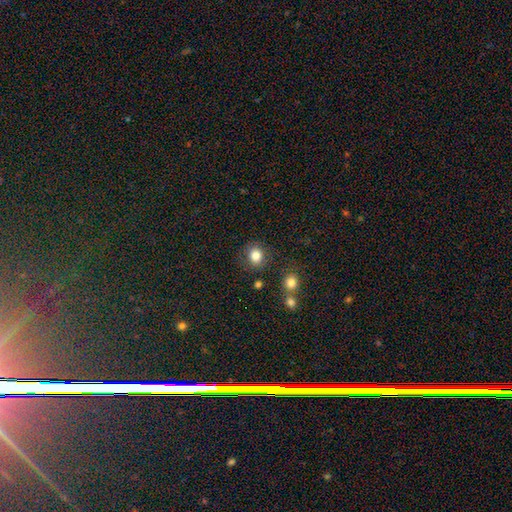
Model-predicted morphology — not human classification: Smooth or featured? smooth (83%)
How rounded? round (75%)
Merging? none (82%)